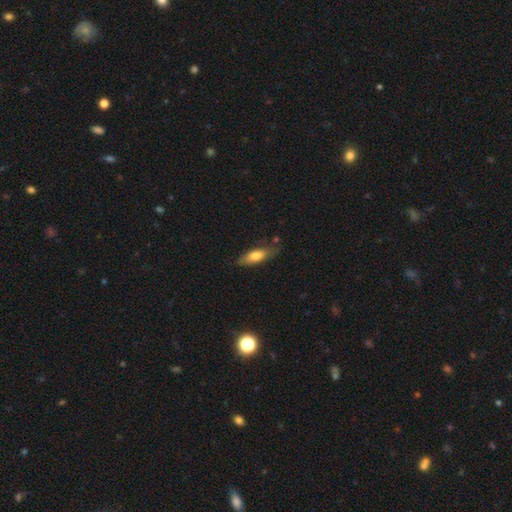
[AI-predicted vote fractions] Overall: smooth (72%). How rounded: in between (62%; cigar-shaped 36%). Merging: none (72%).